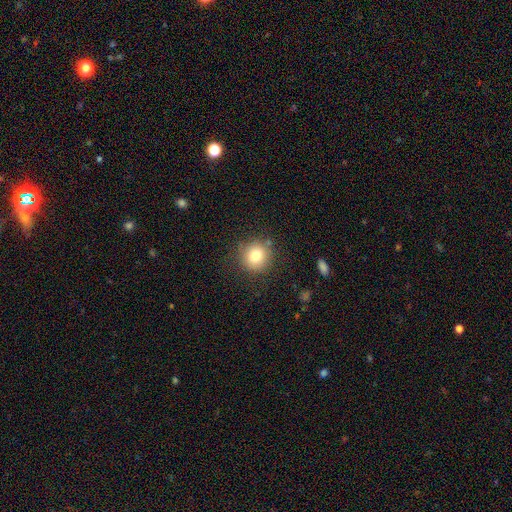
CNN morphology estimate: type=smooth (78%); roundness=round (92%); merging=none (84%).